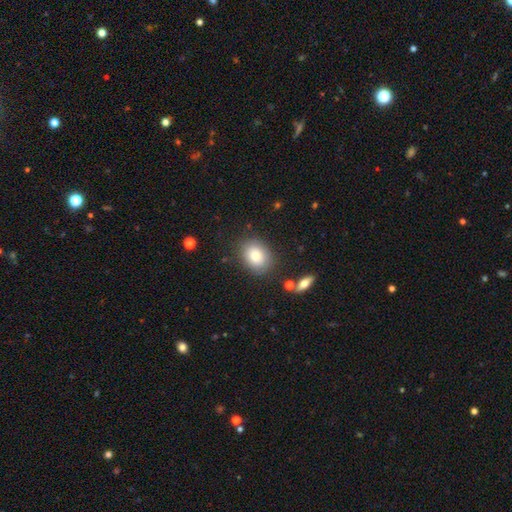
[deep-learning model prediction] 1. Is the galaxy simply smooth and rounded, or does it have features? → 75% smooth, 15% featured or disk, 10% star or artifact.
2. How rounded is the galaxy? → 55% in between, 44% round, 1% cigar-shaped.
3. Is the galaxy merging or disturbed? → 82% none, 12% minor disturbance, 4% major disturbance, 3% merger.